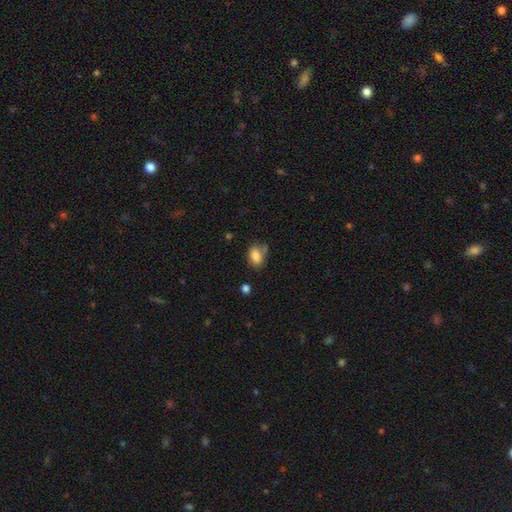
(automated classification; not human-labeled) Smooth or featured? Predicted: smooth (p=0.82). How rounded? Predicted: in between (p=0.84). Merging? Predicted: none (p=0.58).